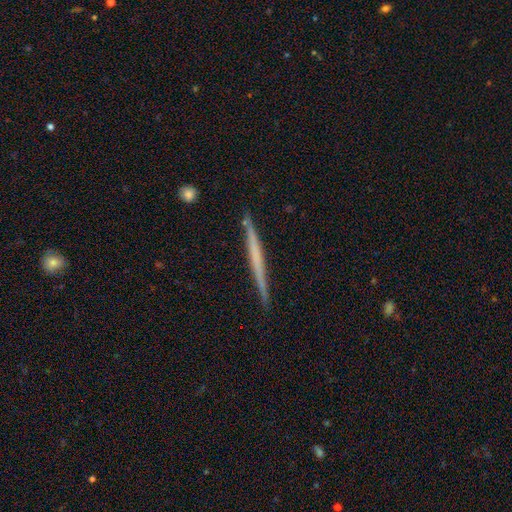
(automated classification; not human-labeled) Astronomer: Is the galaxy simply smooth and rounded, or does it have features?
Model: featured or disk — 54% (runner-up: smooth, 41%).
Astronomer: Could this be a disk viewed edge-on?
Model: yes — 98%.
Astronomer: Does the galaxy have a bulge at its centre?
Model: none — 88%.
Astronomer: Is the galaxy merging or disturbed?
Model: none — 90%.